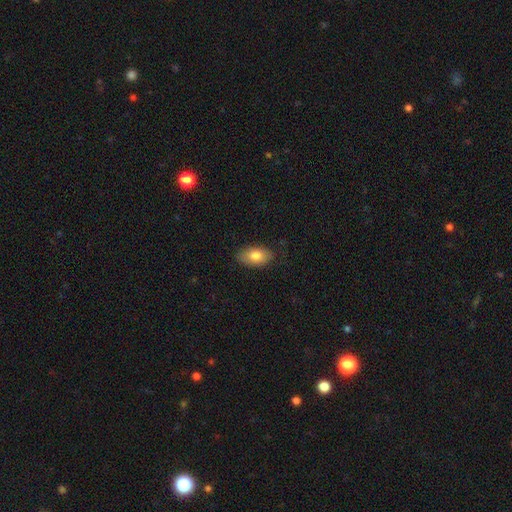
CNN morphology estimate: type=smooth (80%); roundness=in between (92%); merging=none (83%).